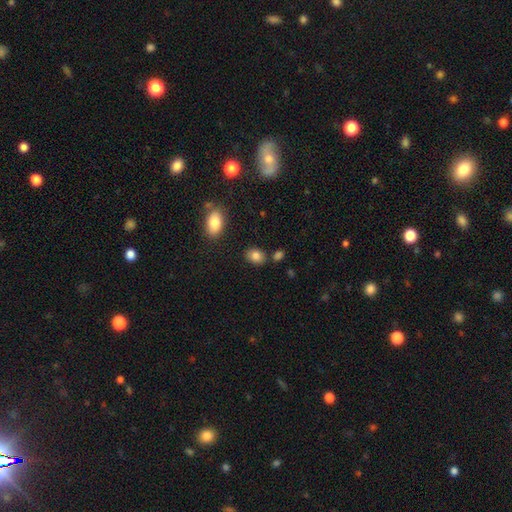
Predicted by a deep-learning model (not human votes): Smooth or featured? Predicted: smooth (p=0.84). How rounded? Predicted: in between (p=0.68). Merging? Predicted: none (p=0.81).